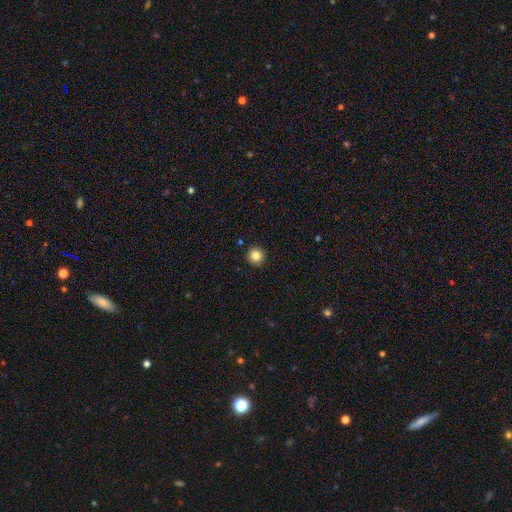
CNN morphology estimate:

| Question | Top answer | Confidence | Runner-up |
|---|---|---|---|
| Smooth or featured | smooth | 85% | star or artifact (10%) |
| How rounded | round | 96% | in between (3%) |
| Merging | none | 93% | minor disturbance (5%) |